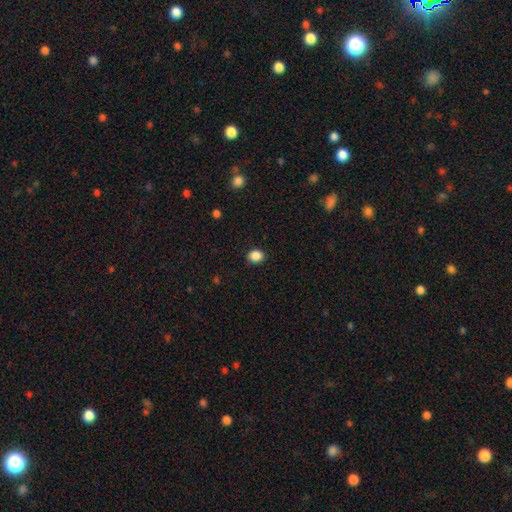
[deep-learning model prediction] smooth_or_featured: smooth (p=0.87) [alt: star or artifact p=0.10]
how_rounded: round (p=0.65) [alt: in between p=0.34]
merging: none (p=0.87) [alt: minor disturbance p=0.10]